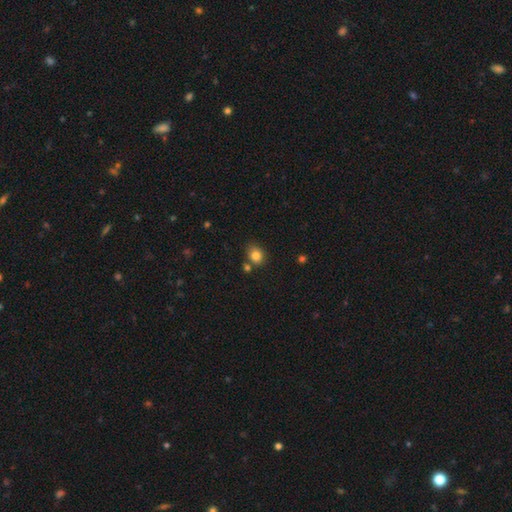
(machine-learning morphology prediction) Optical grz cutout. It shows a smooth galaxy with no disk features (82%) that is round (57%). Merging: none (68%).